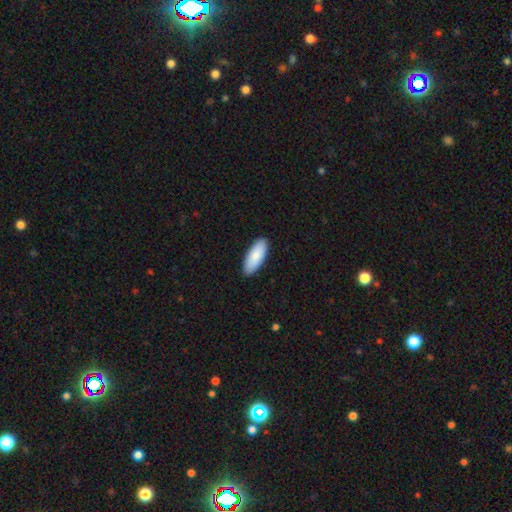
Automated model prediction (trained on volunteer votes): Smooth or featured?
  - smooth: 87% *
  - featured or disk: 8%
  - star or artifact: 5%
How rounded?
  - in between: 81% *
  - cigar-shaped: 18%
  - round: 2%
Merging?
  - none: 90% *
  - minor disturbance: 8%
  - major disturbance: 1%
  - merger: 1%